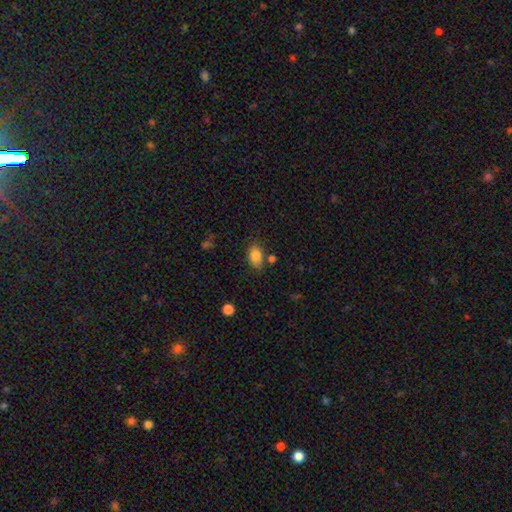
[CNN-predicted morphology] This is clearly a smooth galaxy (84%). How rounded: clearly in between (86%). Merging: likely none (75%).